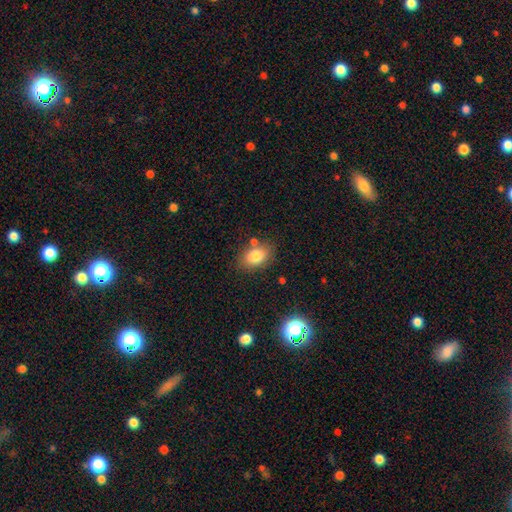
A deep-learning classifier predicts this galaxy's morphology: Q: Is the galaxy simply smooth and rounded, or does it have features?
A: smooth — 81%.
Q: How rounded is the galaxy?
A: in between — 83%.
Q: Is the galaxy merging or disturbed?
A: none — 73%.